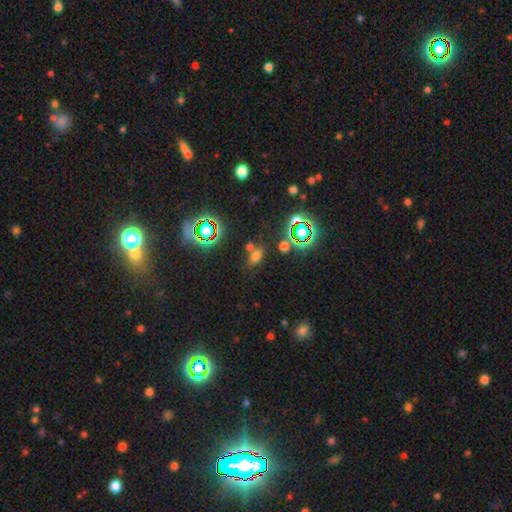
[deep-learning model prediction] A smooth galaxy with no disk features (58%) that is in between round and cigar-shaped (73%).

Vote fractions:
- Smooth or featured? smooth: 58% / star or artifact: 34% / featured or disk: 8%
- How rounded? in between: 73% / round: 22% / cigar-shaped: 4%
- Merging? none: 66% / merger: 16% / minor disturbance: 13% / major disturbance: 5%